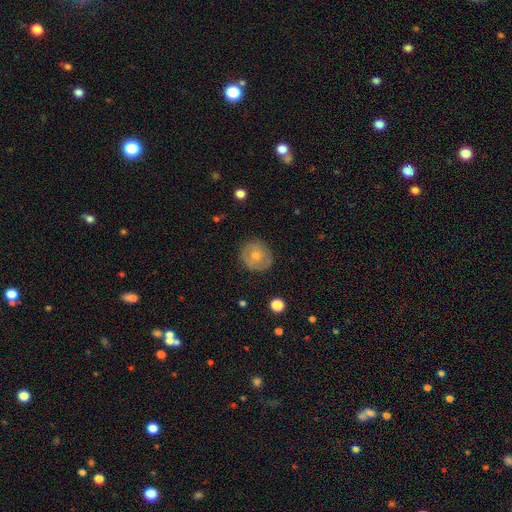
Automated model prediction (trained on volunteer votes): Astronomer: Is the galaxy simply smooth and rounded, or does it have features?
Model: smooth — 48% (runner-up: featured or disk, 44%).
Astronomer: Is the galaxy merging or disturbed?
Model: none — 85%.